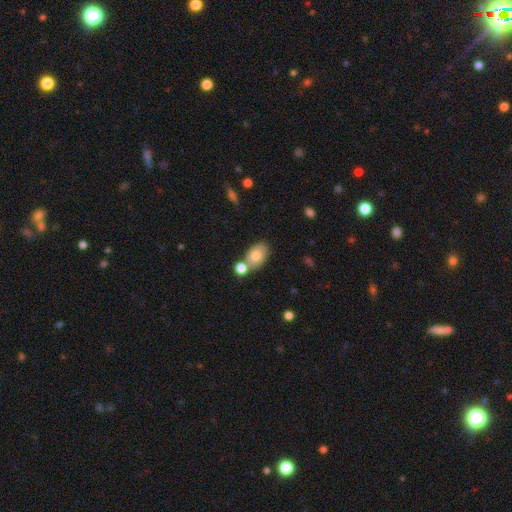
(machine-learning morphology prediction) Q: Smooth or featured?
A: smooth (78%); runner-up: featured or disk (14%)
Q: How rounded?
A: in between (85%); runner-up: round (13%)
Q: Merging?
A: none (55%); runner-up: merger (28%)